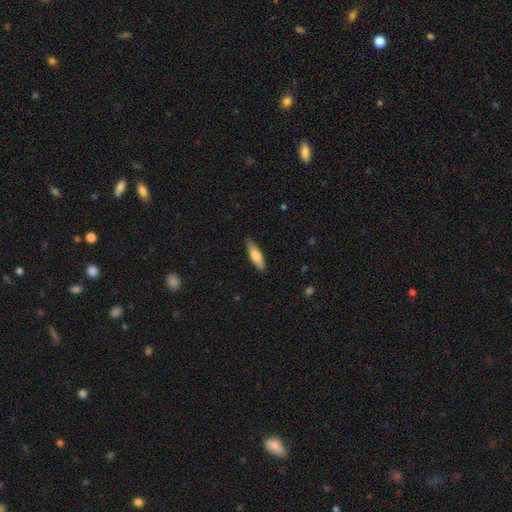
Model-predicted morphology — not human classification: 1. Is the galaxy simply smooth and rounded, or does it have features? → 69% smooth, 26% featured or disk, 6% star or artifact.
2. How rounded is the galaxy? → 59% cigar-shaped, 39% in between, 2% round.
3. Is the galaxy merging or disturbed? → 85% none, 12% minor disturbance, 2% major disturbance, 1% merger.